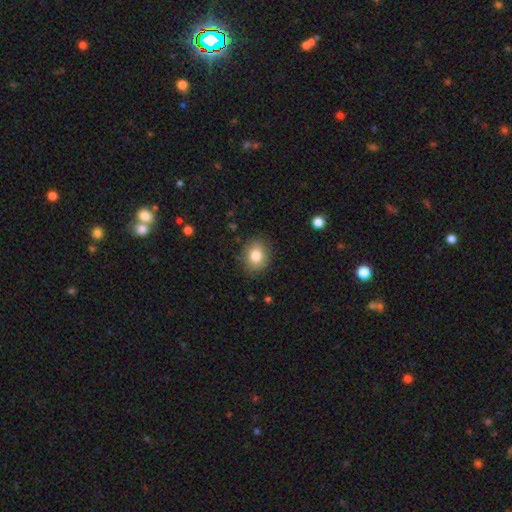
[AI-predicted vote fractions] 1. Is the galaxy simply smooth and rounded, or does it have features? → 82% smooth, 9% star or artifact, 9% featured or disk.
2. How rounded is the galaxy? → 52% round, 47% in between, 1% cigar-shaped.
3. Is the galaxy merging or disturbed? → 84% none, 11% minor disturbance, 3% major disturbance, 1% merger.